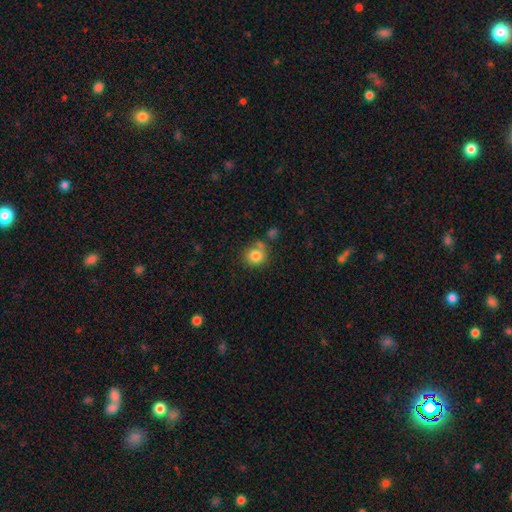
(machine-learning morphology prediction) smooth-or-featured: smooth: 82% | star or artifact: 10% | featured or disk: 8%
  how-rounded: round: 87% | in between: 12% | cigar-shaped: 1%
  merging: none: 65% | merger: 16% | minor disturbance: 14% | major disturbance: 5%